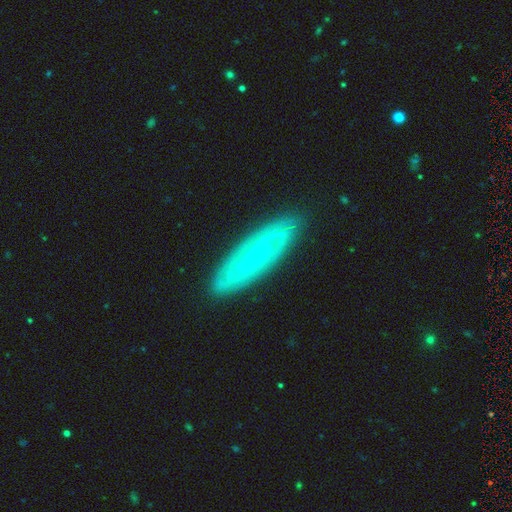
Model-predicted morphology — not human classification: Q: Smooth or featured?
A: featured or disk (82%); runner-up: smooth (13%)
Q: Edge-on disk?
A: no (86%); runner-up: yes (14%)
Q: Bar?
A: weak (45%); runner-up: no (37%)
Q: Spiral arms?
A: yes (91%); runner-up: no (9%)
Q: Spiral winding?
A: tight (50%); runner-up: medium (37%)
Q: Spiral arm count?
A: 2 (53%); runner-up: can't tell (28%)
Q: Bulge size?
A: small (74%); runner-up: moderate (23%)
Q: Merging?
A: none (84%); runner-up: minor disturbance (12%)